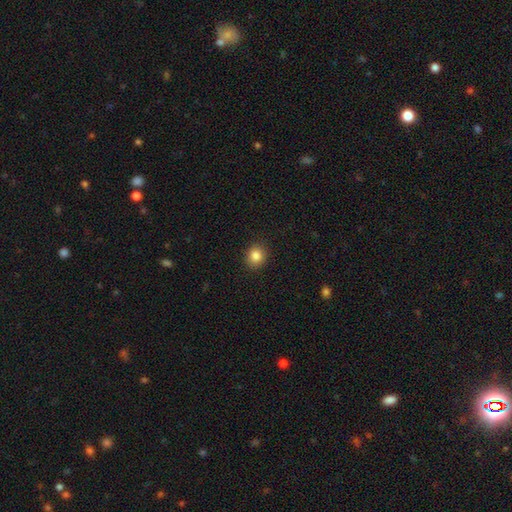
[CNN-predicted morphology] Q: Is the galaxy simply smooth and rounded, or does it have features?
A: smooth — 85%.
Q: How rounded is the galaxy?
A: round — 80%.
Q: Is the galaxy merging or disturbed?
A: none — 90%.